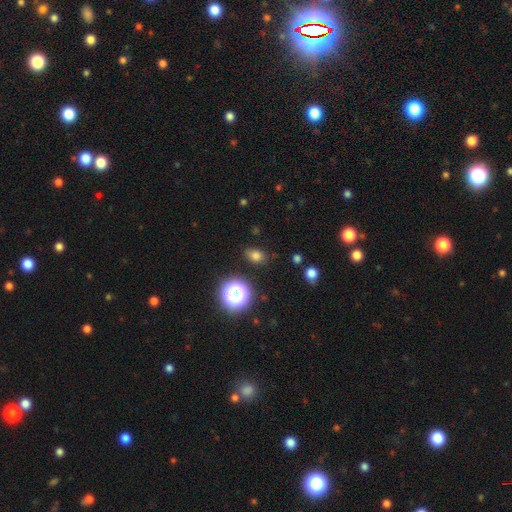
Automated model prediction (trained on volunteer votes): smooth_or_featured: smooth (p=0.74) [alt: star or artifact p=0.19]
how_rounded: in between (p=0.64) [alt: round p=0.34]
merging: none (p=0.82) [alt: minor disturbance p=0.12]